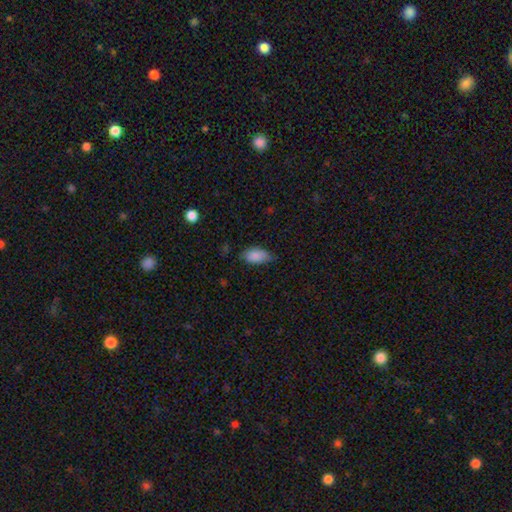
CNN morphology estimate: Smooth or featured? Predicted: smooth (p=0.86). How rounded? Predicted: in between (p=0.92). Merging? Predicted: none (p=0.60).